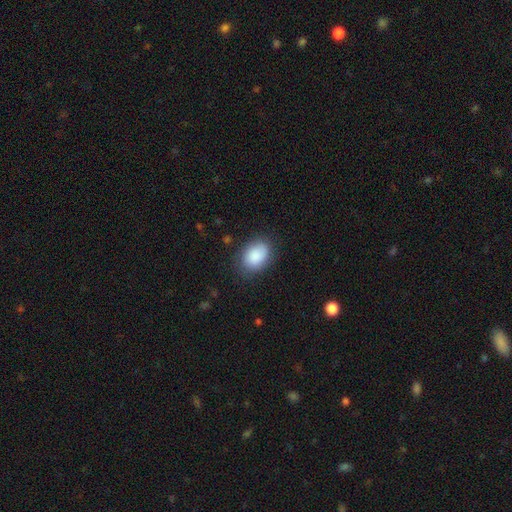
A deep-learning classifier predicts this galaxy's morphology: type=smooth (87%); roundness=in between (76%); merging=none (78%).